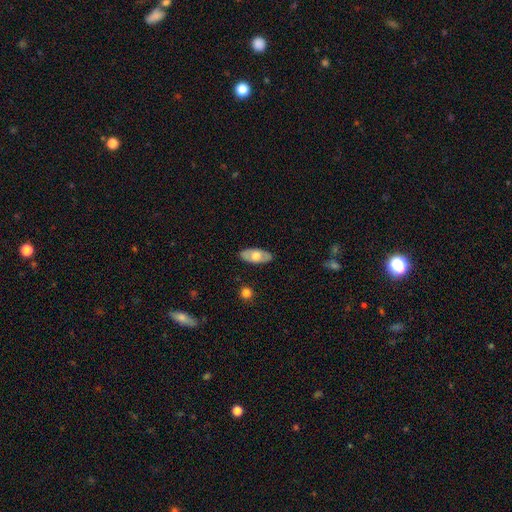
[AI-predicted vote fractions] A smooth galaxy with no disk features (57%) that is in between round and cigar-shaped (90%).

Vote fractions:
- Smooth or featured? smooth: 57% / featured or disk: 37% / star or artifact: 5%
- How rounded? in between: 90% / cigar-shaped: 7% / round: 3%
- Merging? none: 86% / minor disturbance: 10% / major disturbance: 2% / merger: 1%